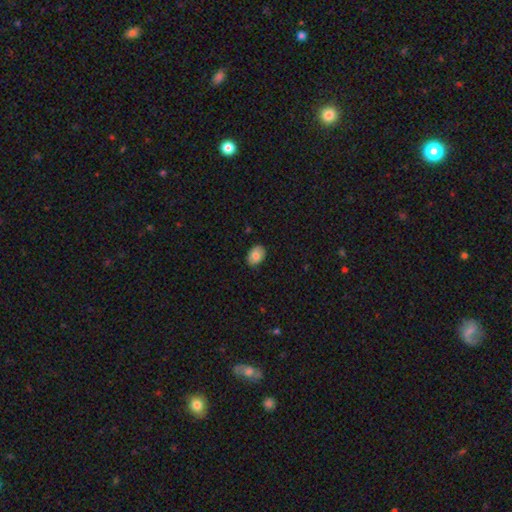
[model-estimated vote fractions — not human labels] A smooth galaxy with no disk features (81%) that is in between round and cigar-shaped (79%).

Vote fractions:
- Smooth or featured? smooth: 81% / featured or disk: 12% / star or artifact: 7%
- How rounded? in between: 79% / round: 20% / cigar-shaped: 1%
- Merging? none: 86% / minor disturbance: 11% / major disturbance: 2% / merger: 1%